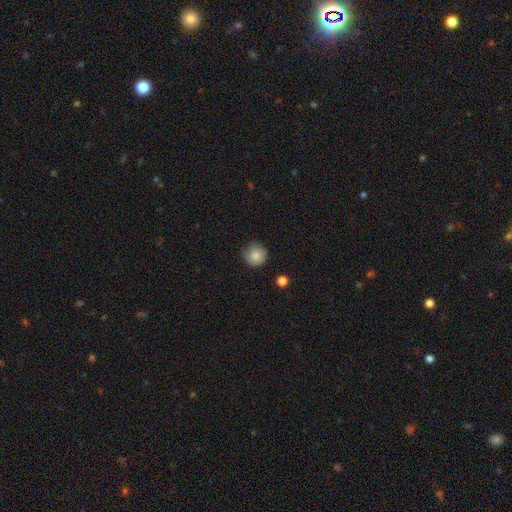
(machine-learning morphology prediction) Smooth or featured?
  - smooth: 85% *
  - star or artifact: 8%
  - featured or disk: 7%
How rounded?
  - round: 93% *
  - in between: 6%
  - cigar-shaped: 1%
Merging?
  - none: 72% *
  - minor disturbance: 22%
  - major disturbance: 4%
  - merger: 2%